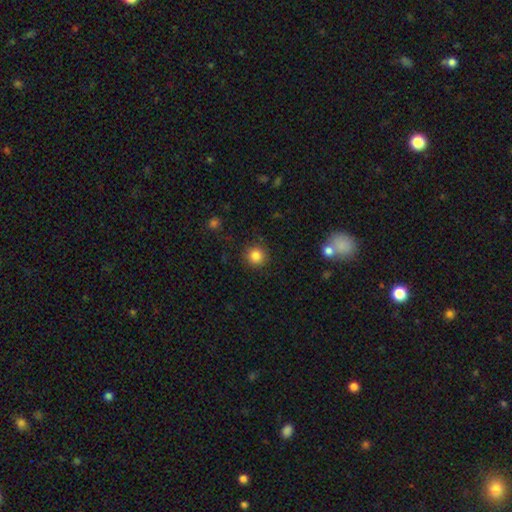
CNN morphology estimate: smooth_or_featured: smooth (p=0.84) [alt: star or artifact p=0.11]
how_rounded: round (p=0.94) [alt: in between p=0.05]
merging: none (p=0.89) [alt: minor disturbance p=0.07]